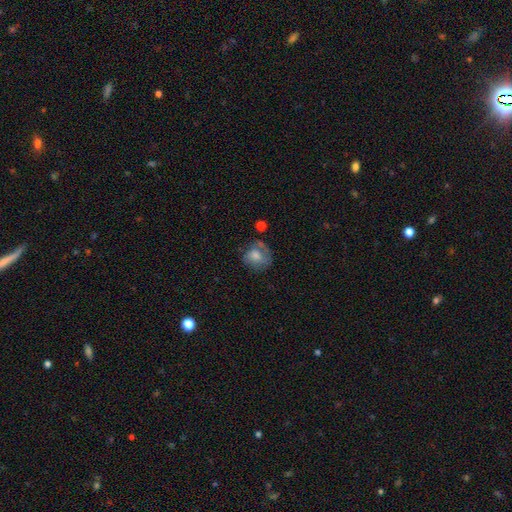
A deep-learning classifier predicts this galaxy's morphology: type=smooth (58%); roundness=round (65%); merging=none (45%).